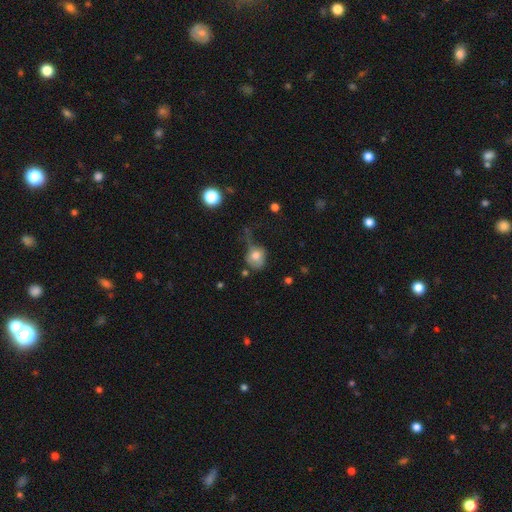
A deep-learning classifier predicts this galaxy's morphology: smooth_or_featured: smooth (p=0.71) [alt: featured or disk p=0.18]
how_rounded: round (p=0.58) [alt: in between p=0.41]
merging: major disturbance (p=0.34) [alt: none p=0.31]